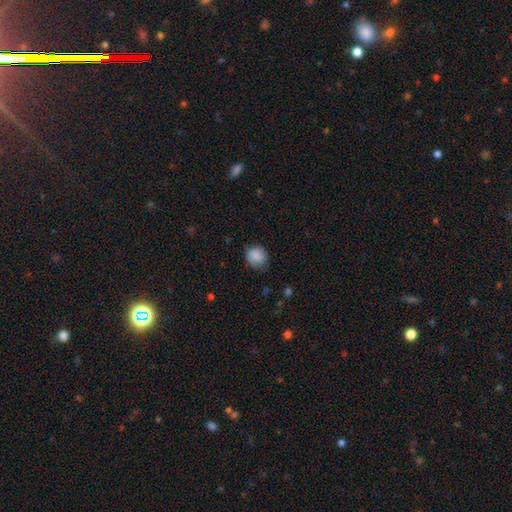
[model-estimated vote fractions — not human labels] Smooth or featured? smooth (86%)
How rounded? round (78%)
Merging? none (78%)